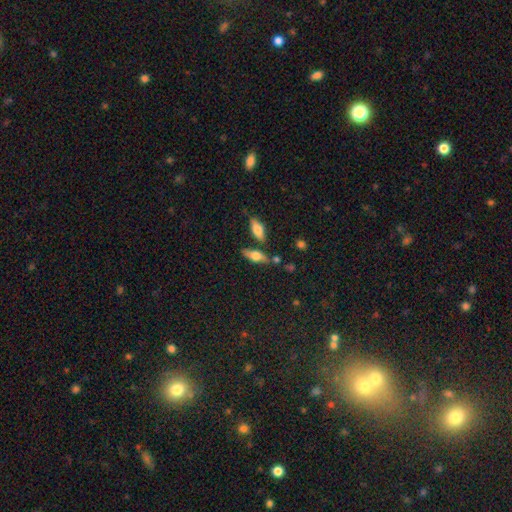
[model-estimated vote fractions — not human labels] Smooth or featured? Predicted: smooth (p=0.53). How rounded? Predicted: in between (p=0.61). Merging? Predicted: none (p=0.66).